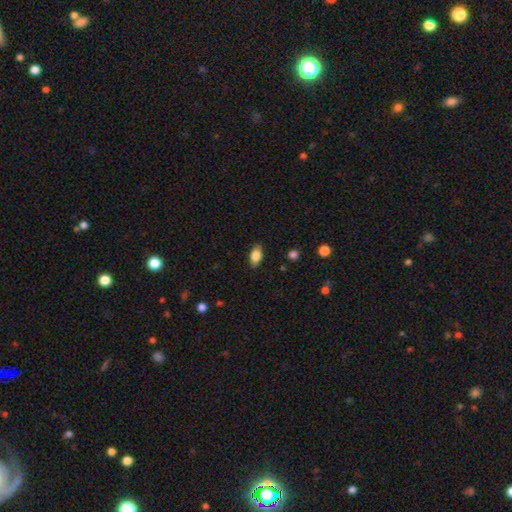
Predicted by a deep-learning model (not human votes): smooth_or_featured: smooth (p=0.83) [alt: featured or disk p=0.09]
how_rounded: in between (p=0.90) [alt: round p=0.05]
merging: none (p=0.87) [alt: minor disturbance p=0.09]